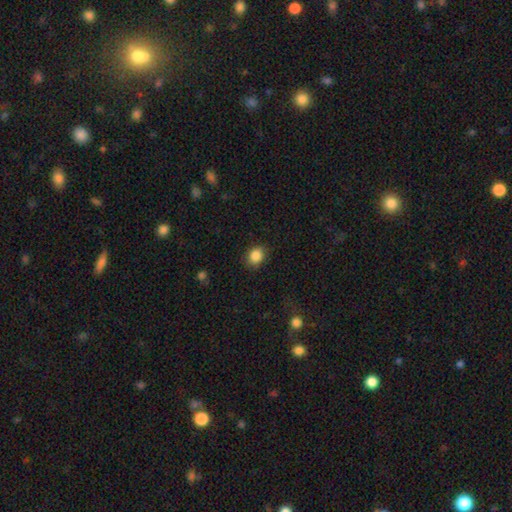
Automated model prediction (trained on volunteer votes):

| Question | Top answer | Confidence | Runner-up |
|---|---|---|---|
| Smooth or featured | smooth | 87% | star or artifact (9%) |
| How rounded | round | 56% | in between (43%) |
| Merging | none | 85% | minor disturbance (11%) |